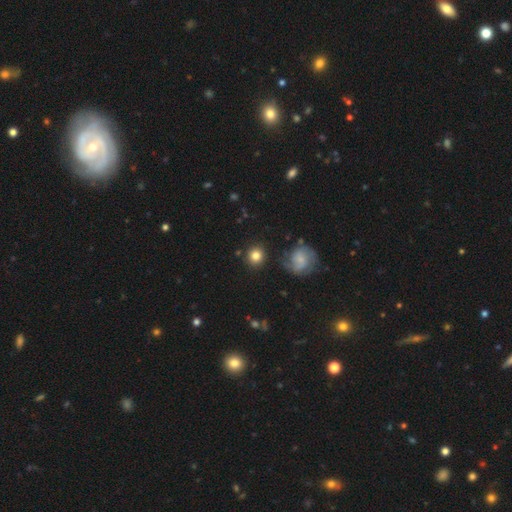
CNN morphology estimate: Smooth or featured? Predicted: smooth (p=0.80). How rounded? Predicted: round (p=0.92). Merging? Predicted: none (p=0.86).